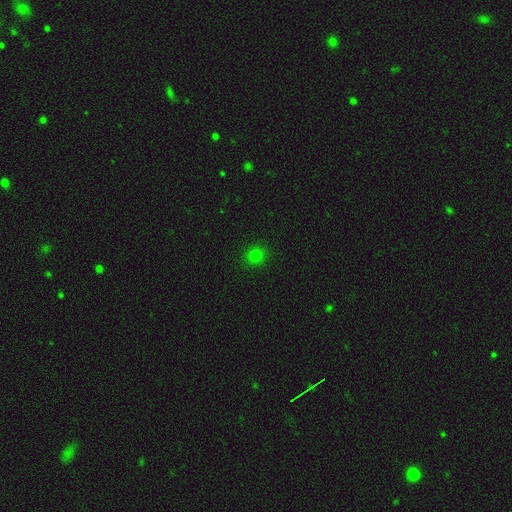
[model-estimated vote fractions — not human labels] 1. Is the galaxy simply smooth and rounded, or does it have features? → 76% smooth, 19% star or artifact, 5% featured or disk.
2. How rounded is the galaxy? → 90% round, 9% in between, 1% cigar-shaped.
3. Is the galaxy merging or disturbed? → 91% none, 6% minor disturbance, 2% major disturbance, 1% merger.